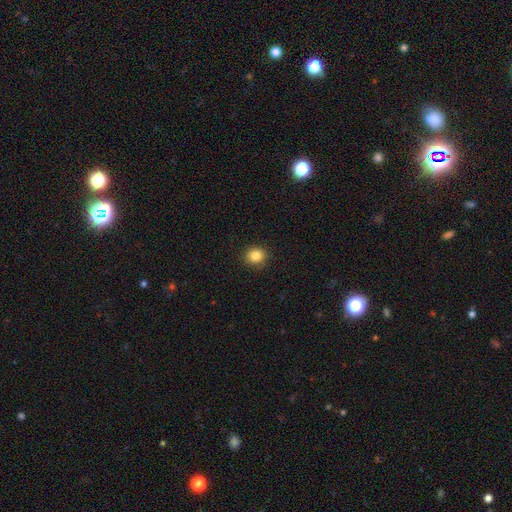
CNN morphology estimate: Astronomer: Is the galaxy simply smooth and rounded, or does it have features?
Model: smooth — 84%.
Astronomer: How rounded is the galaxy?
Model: round — 87%.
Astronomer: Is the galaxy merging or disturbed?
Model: none — 90%.